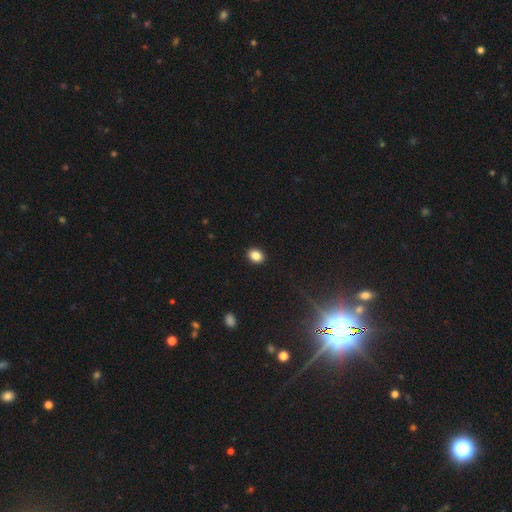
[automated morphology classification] Smooth or featured? smooth (86%)
How rounded? in between (59%)
Merging? none (91%)